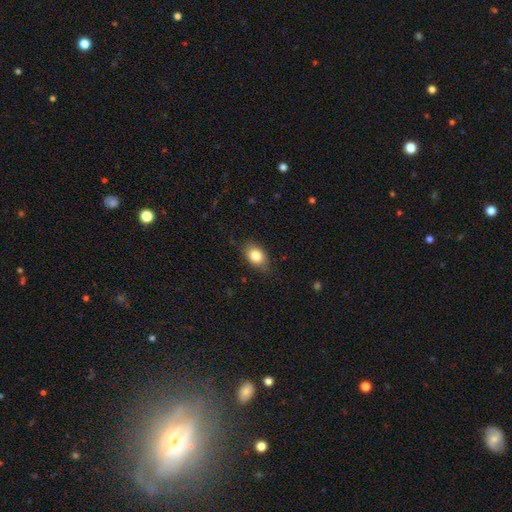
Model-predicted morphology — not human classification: Smooth or featured? Predicted: smooth (p=0.82). How rounded? Predicted: in between (p=0.79). Merging? Predicted: none (p=0.78).